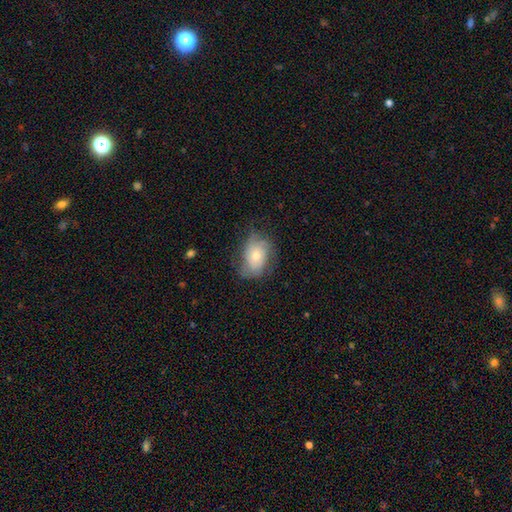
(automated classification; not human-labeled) Smooth or featured? smooth (47%)
Merging? none (58%)